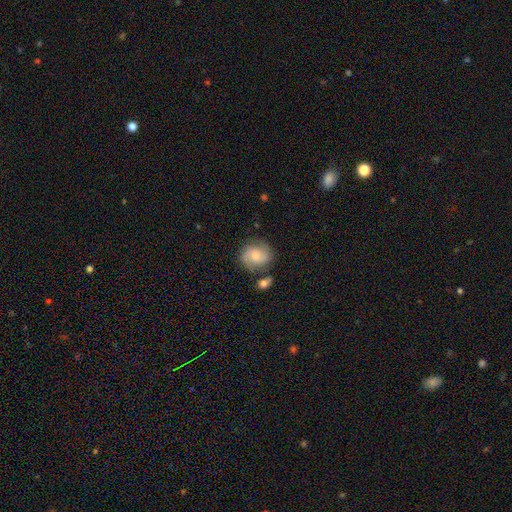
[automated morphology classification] Q: Smooth or featured?
A: smooth (50%); runner-up: featured or disk (42%)
Q: How rounded?
A: round (75%); runner-up: in between (24%)
Q: Merging?
A: none (68%); runner-up: minor disturbance (18%)